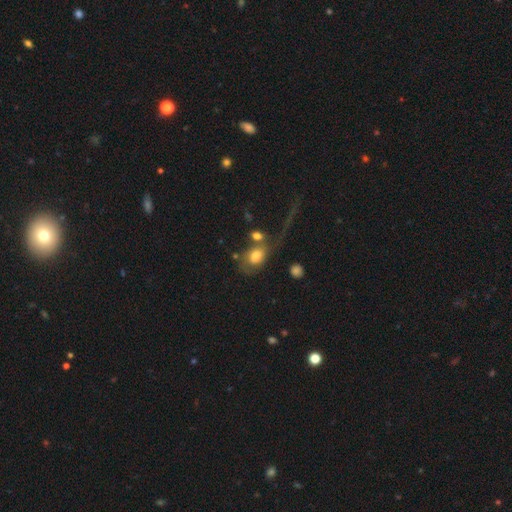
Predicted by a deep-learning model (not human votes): This is likely a smooth galaxy (71%). How rounded: likely in between (70%). Merging: marginally none (36%).